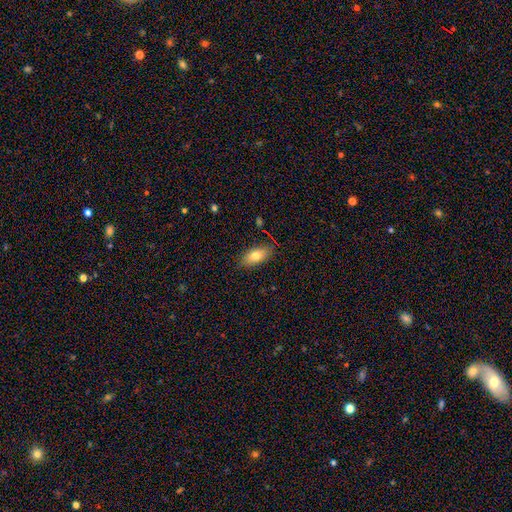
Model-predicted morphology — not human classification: smooth 76%, featured or disk 16%, star or artifact 8%. Down the decision tree: how rounded — in between (86%); merging — none (82%).